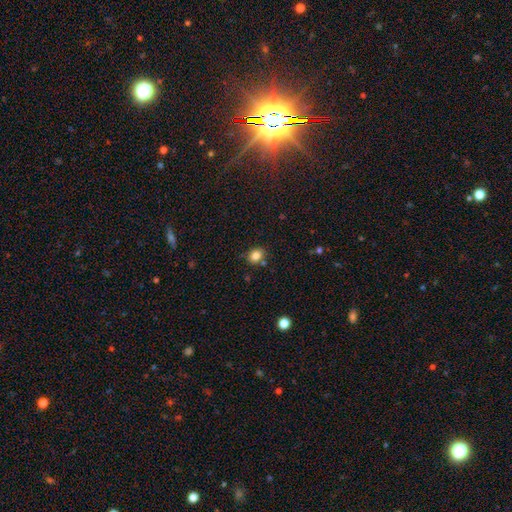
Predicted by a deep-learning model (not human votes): smooth-or-featured: smooth: 83% | star or artifact: 11% | featured or disk: 6%
  how-rounded: in between: 51% | round: 49% | cigar-shaped: 1%
  merging: none: 78% | minor disturbance: 13% | merger: 7% | major disturbance: 3%